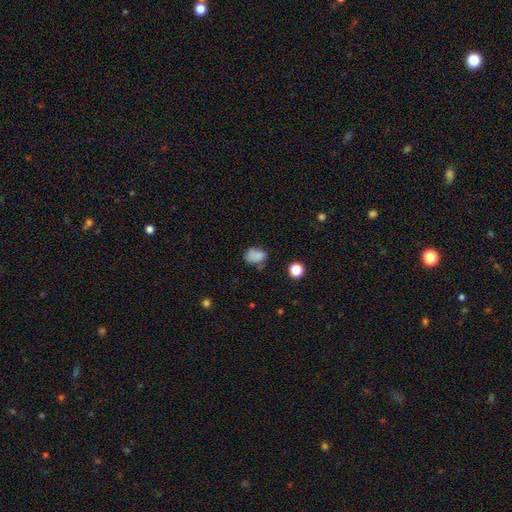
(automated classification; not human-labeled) This is likely a smooth galaxy (79%). How rounded: likely in between (68%). Merging: possibly none (53%).